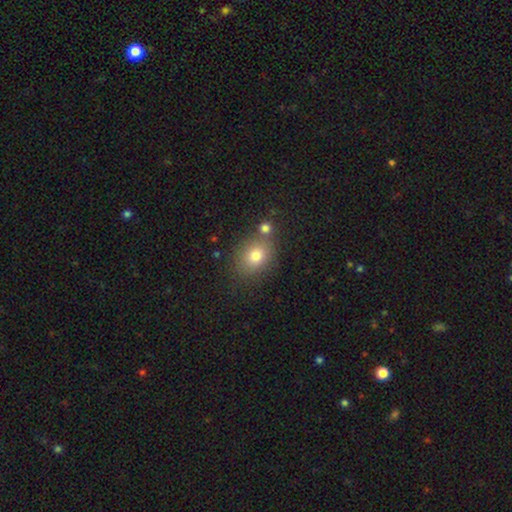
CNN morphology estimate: type=smooth (77%); roundness=in between (51%); merging=none (65%).